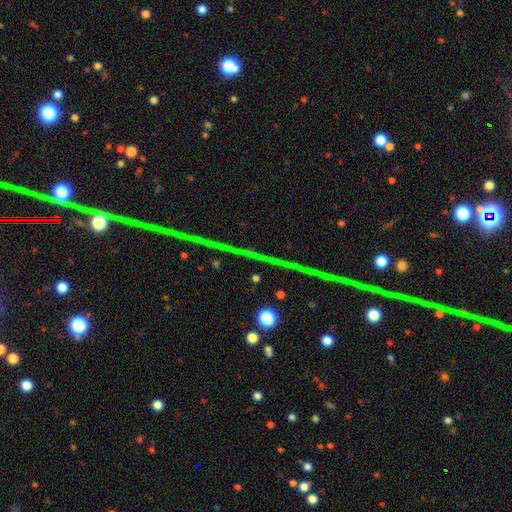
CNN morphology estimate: A star or artifact, not a galaxy (74%).